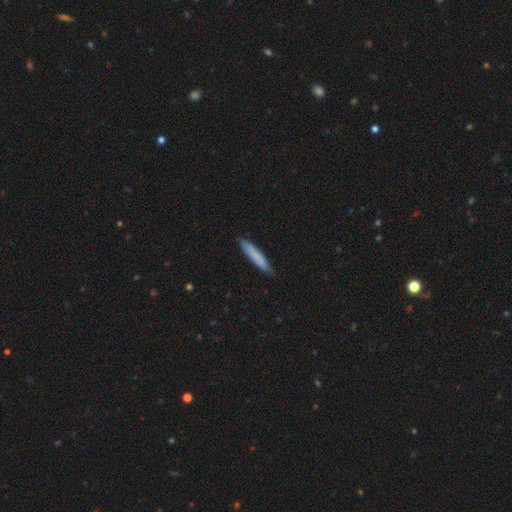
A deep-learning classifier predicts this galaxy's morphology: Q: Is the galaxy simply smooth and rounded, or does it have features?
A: smooth — 79%.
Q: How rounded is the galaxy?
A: cigar-shaped — 93%.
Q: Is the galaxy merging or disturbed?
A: none — 87%.